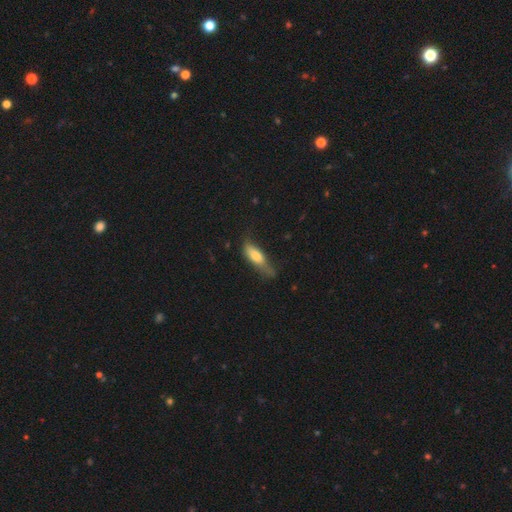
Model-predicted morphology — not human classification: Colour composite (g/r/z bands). It shows a smooth galaxy with no disk features (71%) that is in between round and cigar-shaped (54%). Merging: none (44%).